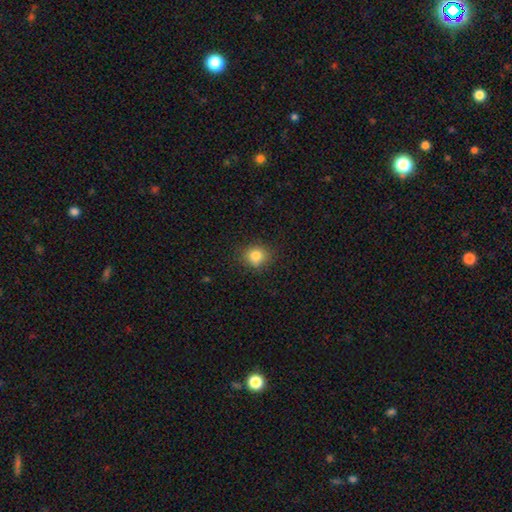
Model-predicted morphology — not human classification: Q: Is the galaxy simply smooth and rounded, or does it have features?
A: smooth — 82%.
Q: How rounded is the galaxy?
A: round — 78%.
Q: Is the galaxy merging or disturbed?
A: none — 83%.